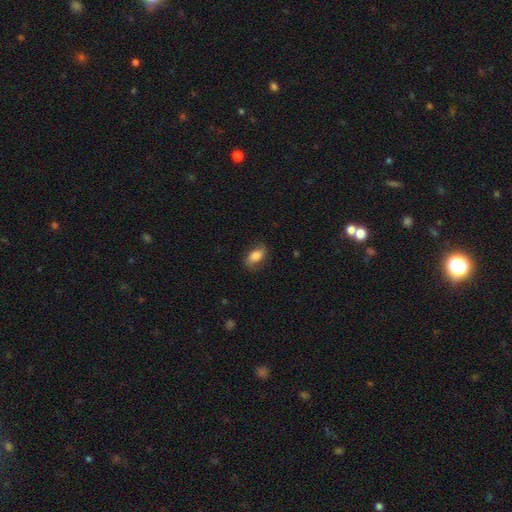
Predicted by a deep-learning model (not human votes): A smooth galaxy with no disk features (77%) that is in between round and cigar-shaped (87%).

Vote fractions:
- Smooth or featured? smooth: 77% / featured or disk: 16% / star or artifact: 8%
- How rounded? in between: 87% / round: 9% / cigar-shaped: 4%
- Merging? none: 77% / minor disturbance: 17% / major disturbance: 5% / merger: 1%